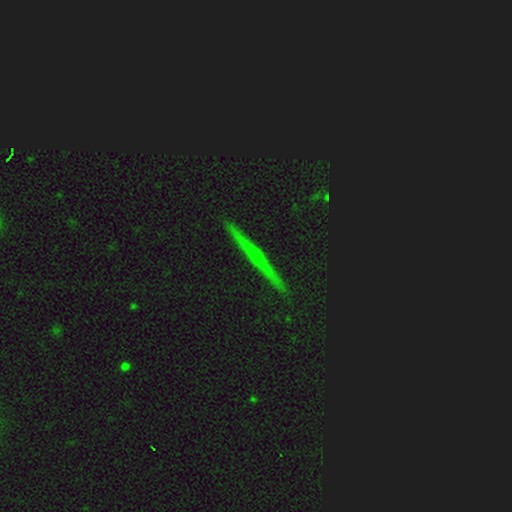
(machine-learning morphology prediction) smooth-or-featured: featured or disk: 59% | smooth: 23% | star or artifact: 18%
  disk-edge-on: yes: 97% | no: 3%
    edge-on-bulge: rounded: 49% | none: 40% | boxy: 10%
  merging: none: 92% | minor disturbance: 5% | major disturbance: 1% | merger: 1%